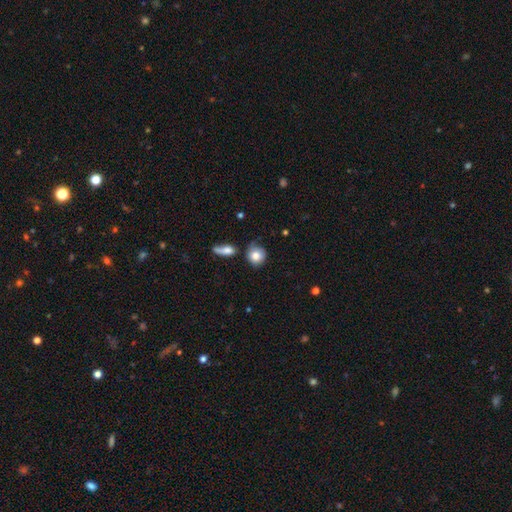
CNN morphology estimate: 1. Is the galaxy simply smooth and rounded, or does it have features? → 78% smooth, 14% featured or disk, 8% star or artifact.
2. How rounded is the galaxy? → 82% round, 17% in between, 1% cigar-shaped.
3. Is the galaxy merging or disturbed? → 54% none, 25% minor disturbance, 11% major disturbance, 11% merger.